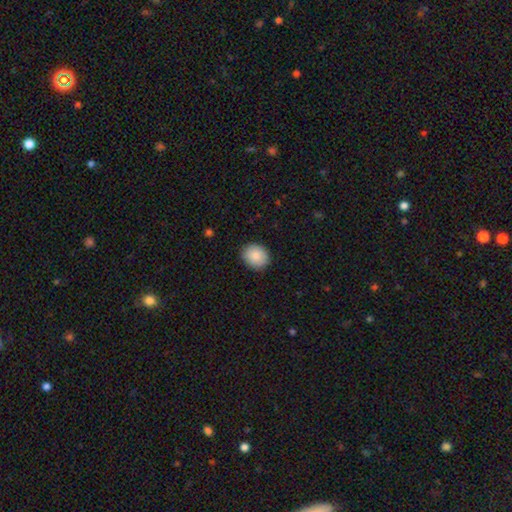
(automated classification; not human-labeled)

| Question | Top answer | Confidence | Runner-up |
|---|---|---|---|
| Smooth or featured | smooth | 85% | featured or disk (8%) |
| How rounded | round | 67% | in between (32%) |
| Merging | none | 89% | minor disturbance (8%) |